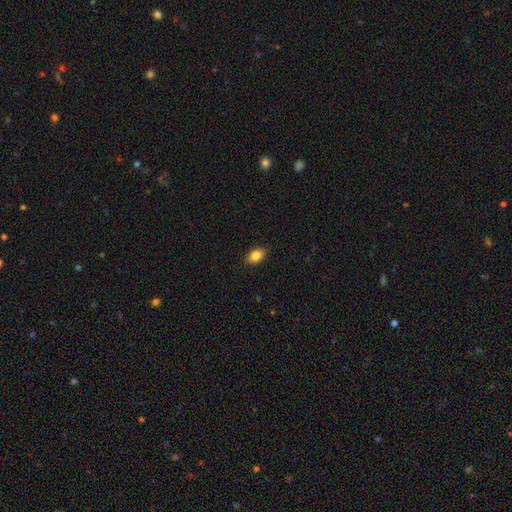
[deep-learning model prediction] A smooth galaxy with no disk features (86%) that is in between round and cigar-shaped (84%). Merging: none (89%).